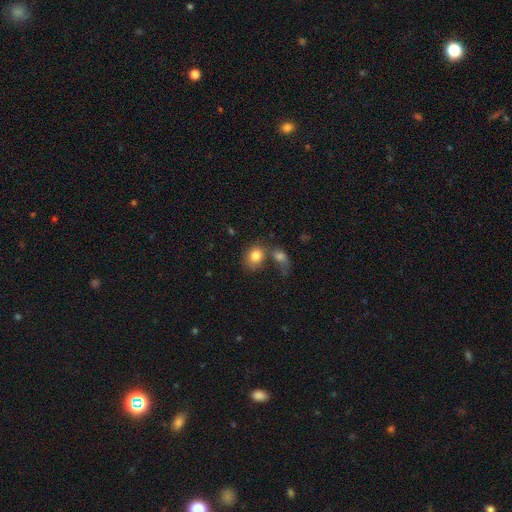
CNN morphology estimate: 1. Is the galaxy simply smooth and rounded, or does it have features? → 80% smooth, 11% featured or disk, 9% star or artifact.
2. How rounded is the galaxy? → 52% round, 47% in between, 1% cigar-shaped.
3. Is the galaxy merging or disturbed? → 42% merger, 37% none, 12% minor disturbance, 9% major disturbance.